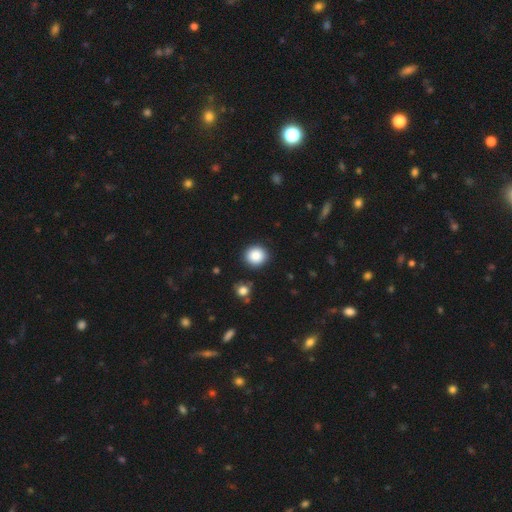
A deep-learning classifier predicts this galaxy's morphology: smooth_or_featured: smooth (p=0.87) [alt: star or artifact p=0.09]
how_rounded: round (p=0.91) [alt: in between p=0.08]
merging: none (p=0.90) [alt: minor disturbance p=0.06]